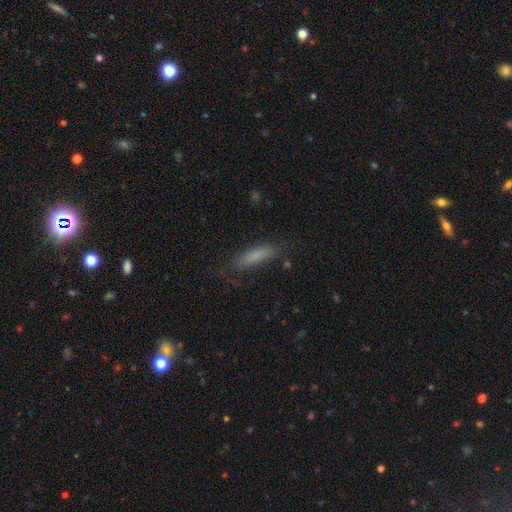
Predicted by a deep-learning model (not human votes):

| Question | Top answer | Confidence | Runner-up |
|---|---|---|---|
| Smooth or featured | smooth | 78% | featured or disk (13%) |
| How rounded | cigar-shaped | 72% | in between (26%) |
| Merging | none | 73% | minor disturbance (19%) |